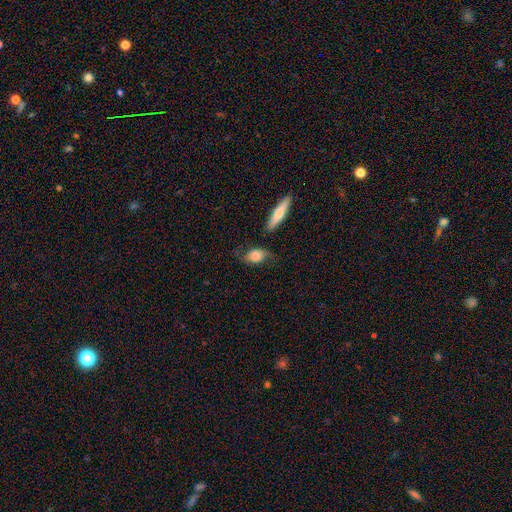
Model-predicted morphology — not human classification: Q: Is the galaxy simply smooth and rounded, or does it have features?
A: smooth — 62%.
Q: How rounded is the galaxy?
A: in between — 80%.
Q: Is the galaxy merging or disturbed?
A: none — 58%.